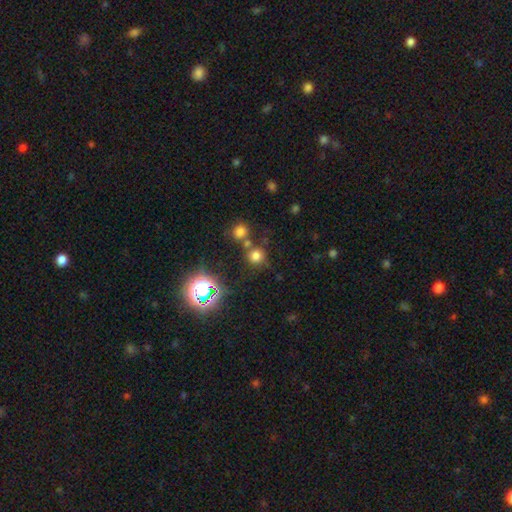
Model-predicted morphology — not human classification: A smooth galaxy with no disk features (69%) that is round (90%). Merging: none (70%).